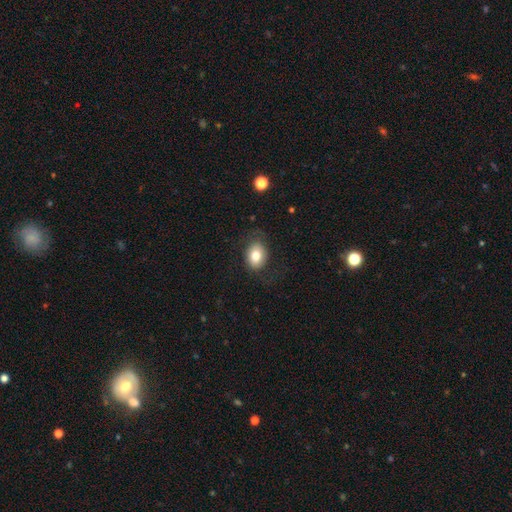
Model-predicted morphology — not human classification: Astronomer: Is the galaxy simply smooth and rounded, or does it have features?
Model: smooth — 79%.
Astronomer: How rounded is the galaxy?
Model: in between — 70%.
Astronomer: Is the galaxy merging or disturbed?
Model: none — 74%.